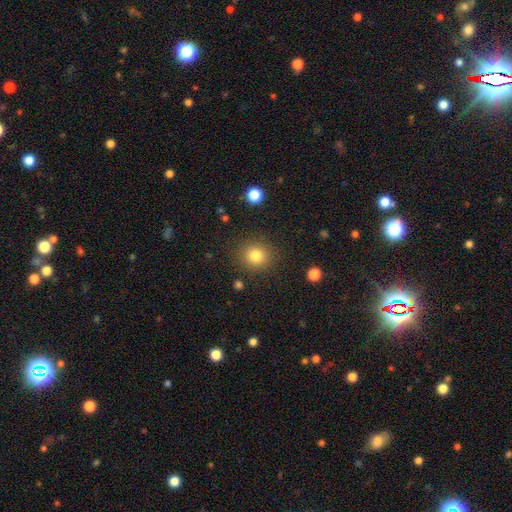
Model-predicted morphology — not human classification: smooth 81%, star or artifact 12%, featured or disk 7%. Down the decision tree: how rounded — round (85%); merging — none (87%).